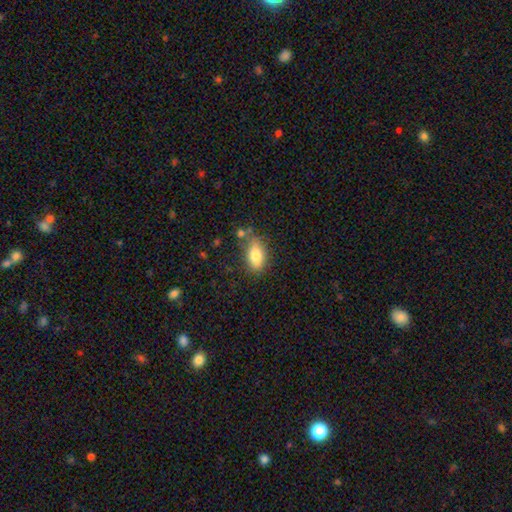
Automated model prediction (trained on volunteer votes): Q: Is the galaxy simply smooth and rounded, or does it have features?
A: smooth — 79%.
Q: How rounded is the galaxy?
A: in between — 86%.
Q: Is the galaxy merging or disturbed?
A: none — 71%.